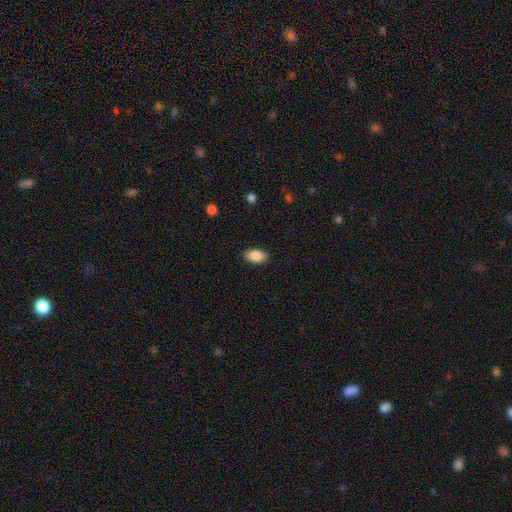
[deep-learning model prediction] smooth-or-featured: smooth: 89% | star or artifact: 7% | featured or disk: 4%
  how-rounded: in between: 93% | round: 4% | cigar-shaped: 3%
  merging: none: 88% | minor disturbance: 9% | major disturbance: 2% | merger: 1%